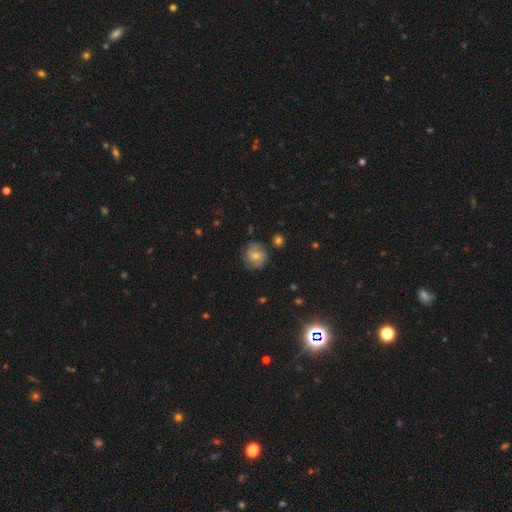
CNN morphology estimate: Smooth or featured?
  - featured or disk: 49% *
  - smooth: 42%
  - star or artifact: 9%
Merging?
  - none: 76% *
  - minor disturbance: 16%
  - major disturbance: 5%
  - merger: 3%